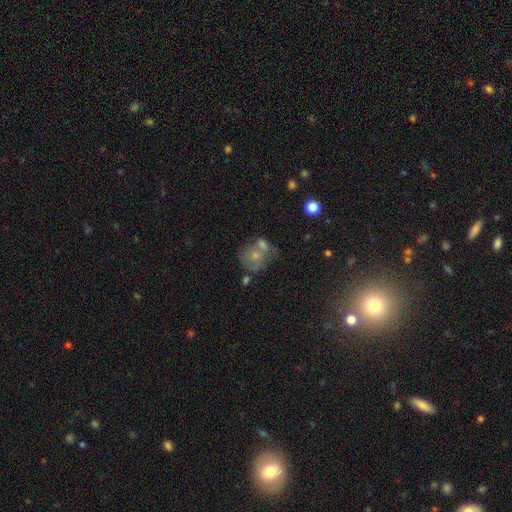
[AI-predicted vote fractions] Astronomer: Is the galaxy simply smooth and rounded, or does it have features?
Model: smooth — 59%.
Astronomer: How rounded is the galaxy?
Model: round — 74%.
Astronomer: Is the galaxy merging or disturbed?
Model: merger — 43% (runner-up: none, 33%).